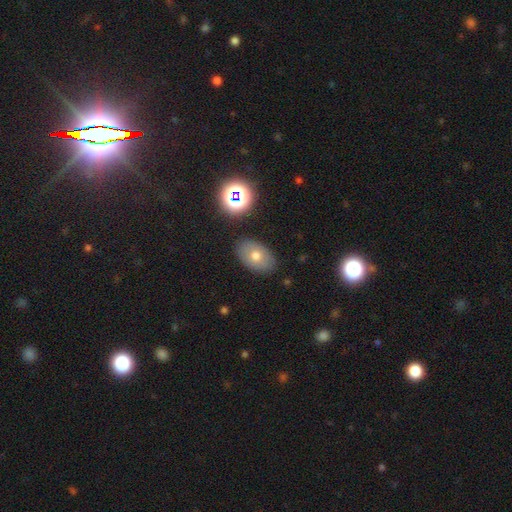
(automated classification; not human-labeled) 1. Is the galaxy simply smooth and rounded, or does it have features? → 67% smooth, 21% featured or disk, 12% star or artifact.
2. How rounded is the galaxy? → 85% in between, 14% round, 1% cigar-shaped.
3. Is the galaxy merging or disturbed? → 85% none, 10% minor disturbance, 3% major disturbance, 2% merger.